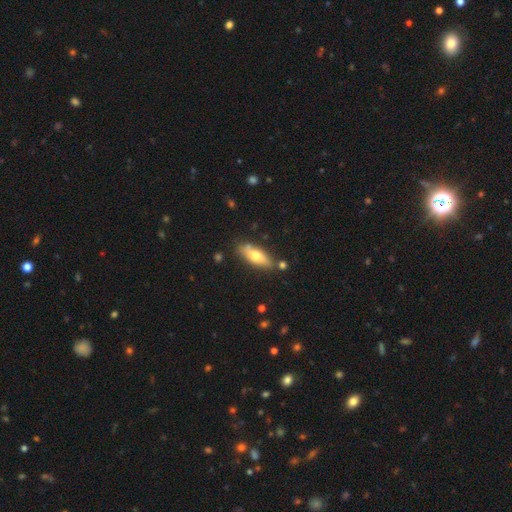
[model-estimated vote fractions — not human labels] A smooth galaxy with no disk features (64%) that is in between round and cigar-shaped (66%).

Vote fractions:
- Smooth or featured? smooth: 64% / featured or disk: 30% / star or artifact: 6%
- How rounded? in between: 66% / cigar-shaped: 32% / round: 3%
- Merging? none: 78% / minor disturbance: 14% / merger: 5% / major disturbance: 3%